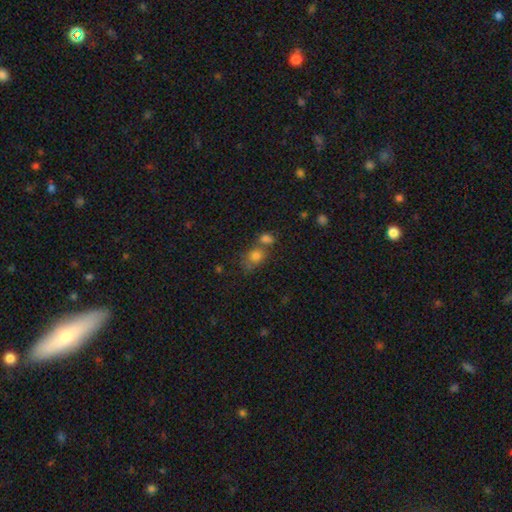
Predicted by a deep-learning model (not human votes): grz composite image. It shows a smooth galaxy with no disk features (76%) that is round (53%). Merging: merger (40%).